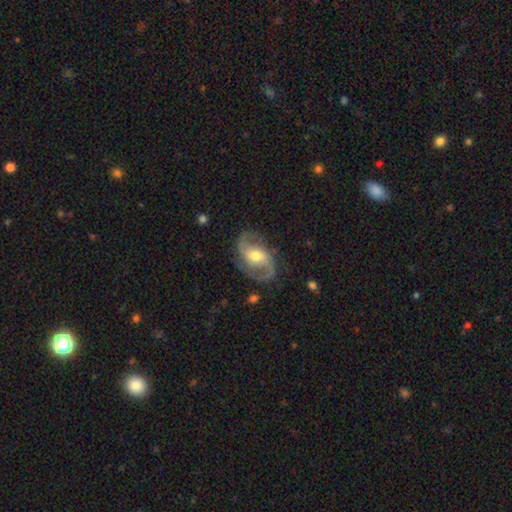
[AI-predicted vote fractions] The model was most divided on "bar": weak: 45%, no: 38%, strong: 18%. More confident: edge-on disk — no (97%); spiral arms — yes (95%); spiral arm count — 2 (92%); smooth or featured — featured or disk (86%); merging — none (79%); bulge size — moderate (72%); spiral winding — medium (51%).